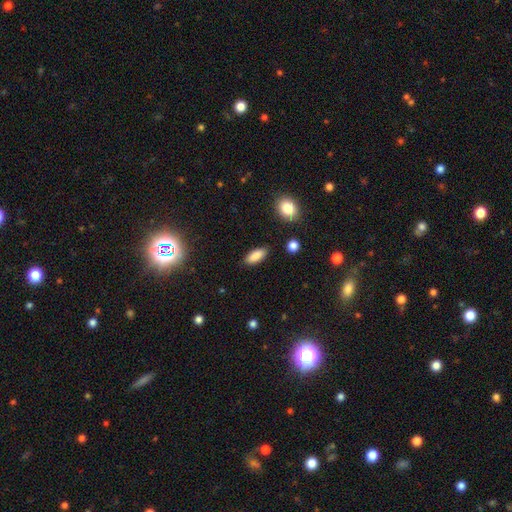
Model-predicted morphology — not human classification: Smooth or featured?
  - smooth: 87% *
  - star or artifact: 8%
  - featured or disk: 6%
How rounded?
  - in between: 80% *
  - cigar-shaped: 18%
  - round: 3%
Merging?
  - none: 86% *
  - minor disturbance: 10%
  - major disturbance: 2%
  - merger: 2%